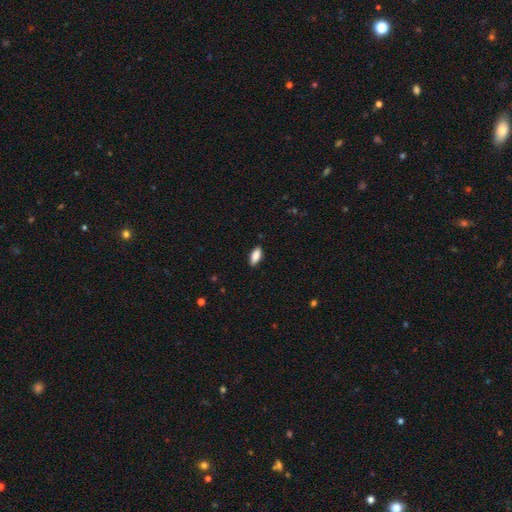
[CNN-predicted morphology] smooth_or_featured: smooth (p=0.87) [alt: star or artifact p=0.06]
how_rounded: in between (p=0.83) [alt: cigar-shaped p=0.15]
merging: none (p=0.88) [alt: minor disturbance p=0.10]